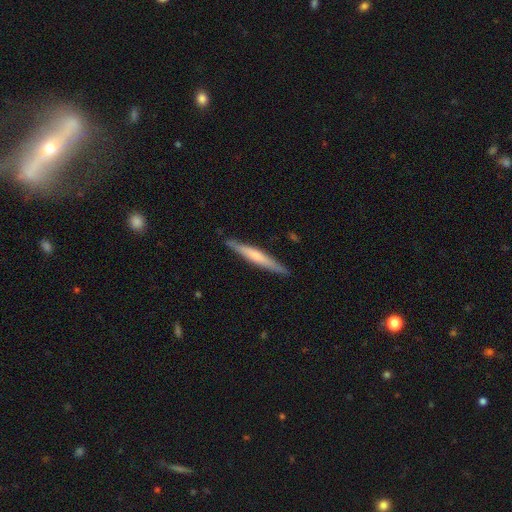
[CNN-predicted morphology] The model was most divided on "smooth or featured": smooth: 49%, featured or disk: 46%, star or artifact: 5%. More confident: merging — none (89%).